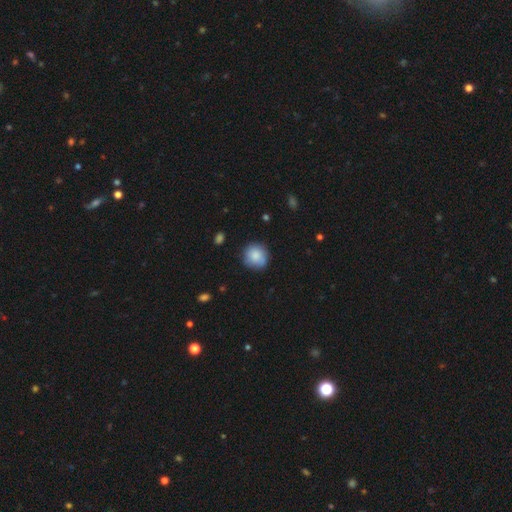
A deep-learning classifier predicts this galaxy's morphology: Smooth or featured: smooth — 83% (featured or disk — 9%)
How rounded: round — 89% (in between — 10%)
Merging: none — 78% (minor disturbance — 17%)